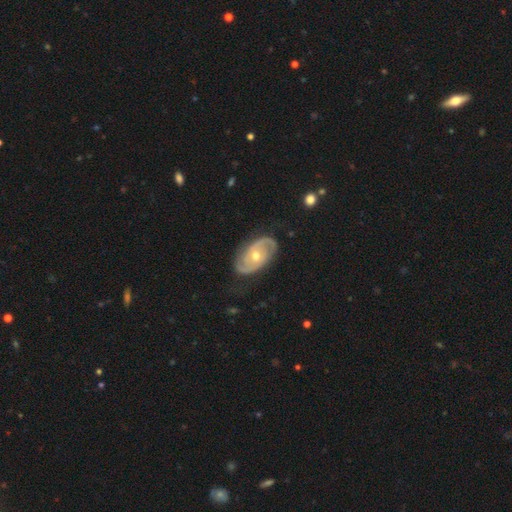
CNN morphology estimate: featured or disk 88%, smooth 8%, star or artifact 5%. Down the decision tree: edge-on disk — no (96%); bar — no (70%); spiral arms — yes (95%); spiral arm count — 2 (82%); spiral winding — tight (49%); bulge size — moderate (66%); merging — none (80%).